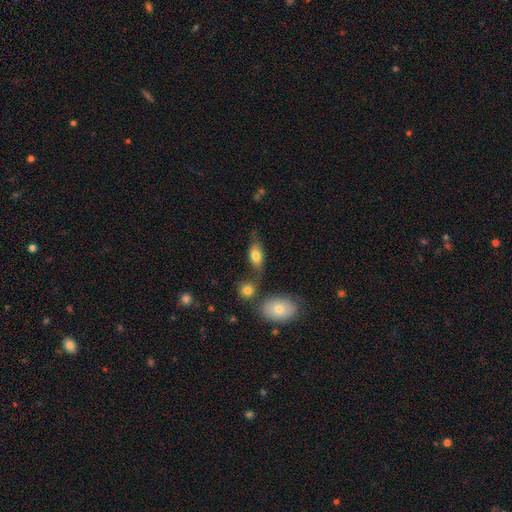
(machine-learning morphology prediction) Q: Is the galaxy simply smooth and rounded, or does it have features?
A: smooth — 75%.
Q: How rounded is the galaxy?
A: in between — 85%.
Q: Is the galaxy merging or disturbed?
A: none — 58%.